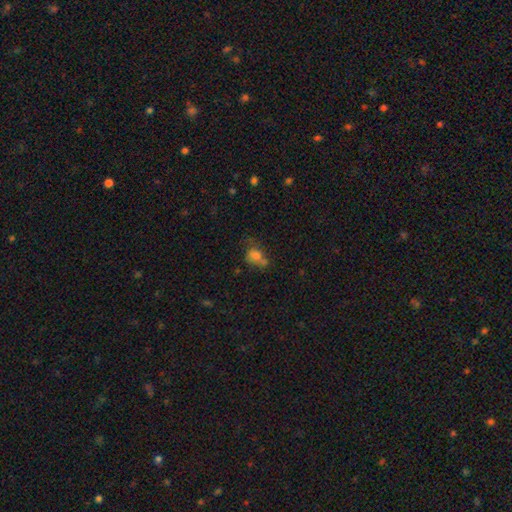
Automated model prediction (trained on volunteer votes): Smooth or featured?
  - smooth: 67% *
  - star or artifact: 17%
  - featured or disk: 16%
How rounded?
  - in between: 53% *
  - round: 45%
  - cigar-shaped: 2%
Merging?
  - none: 37% *
  - merger: 25%
  - minor disturbance: 22%
  - major disturbance: 16%